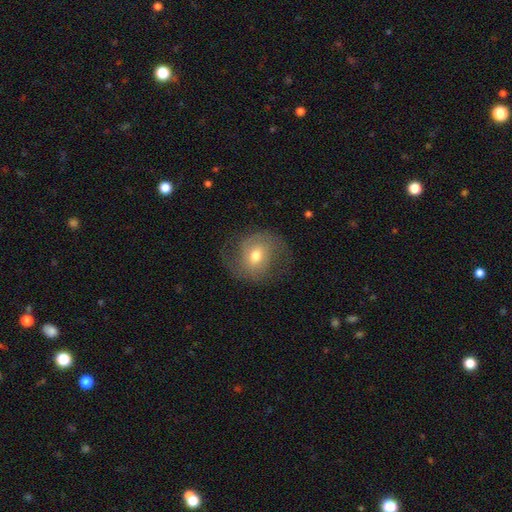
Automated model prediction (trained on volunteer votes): Morphology: type=featured or disk (63%); edge-on=no (97%); bar=no (48%); spiral arms=yes (82%); bulge=moderate (71%); merging=none (64%).